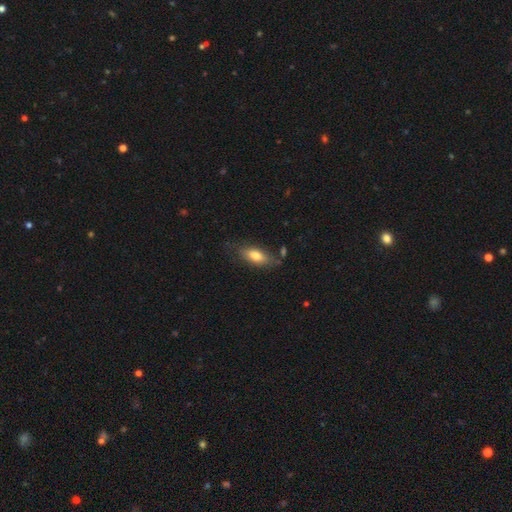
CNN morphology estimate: Q: Smooth or featured?
A: smooth (76%); runner-up: featured or disk (17%)
Q: How rounded?
A: in between (83%); runner-up: cigar-shaped (14%)
Q: Merging?
A: none (68%); runner-up: minor disturbance (21%)